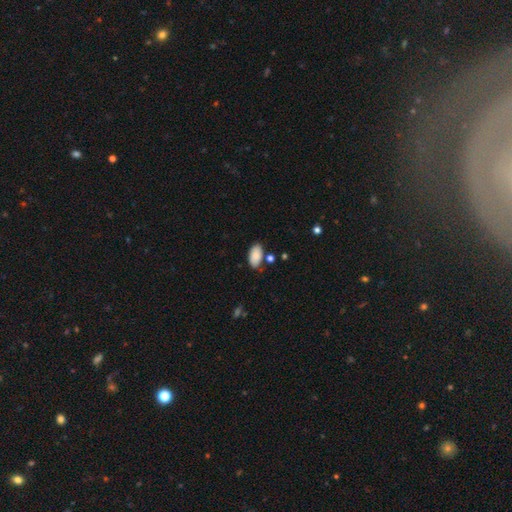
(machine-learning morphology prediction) The model was most divided on "merging": none: 74%, minor disturbance: 16%, merger: 7%, major disturbance: 4%. More confident: how rounded — in between (95%); smooth or featured — smooth (88%).